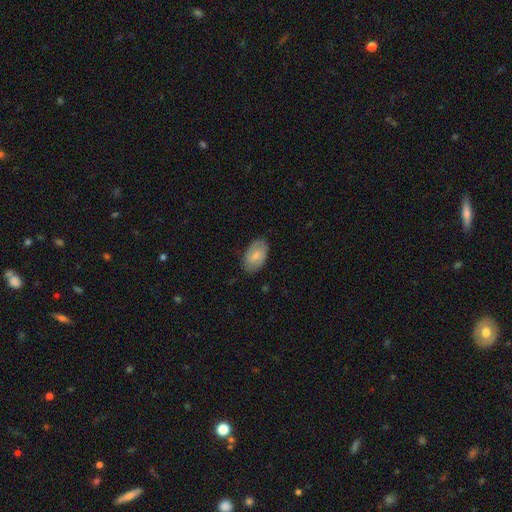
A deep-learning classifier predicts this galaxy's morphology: This is likely a smooth galaxy (74%). How rounded: clearly in between (93%). Merging: likely none (80%).